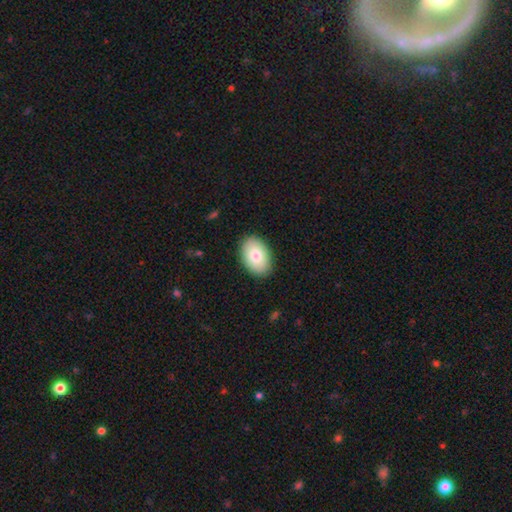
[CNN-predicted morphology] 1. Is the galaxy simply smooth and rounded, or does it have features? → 81% smooth, 13% featured or disk, 6% star or artifact.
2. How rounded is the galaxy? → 89% in between, 10% round, 1% cigar-shaped.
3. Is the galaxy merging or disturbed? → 89% none, 8% minor disturbance, 2% major disturbance, 1% merger.